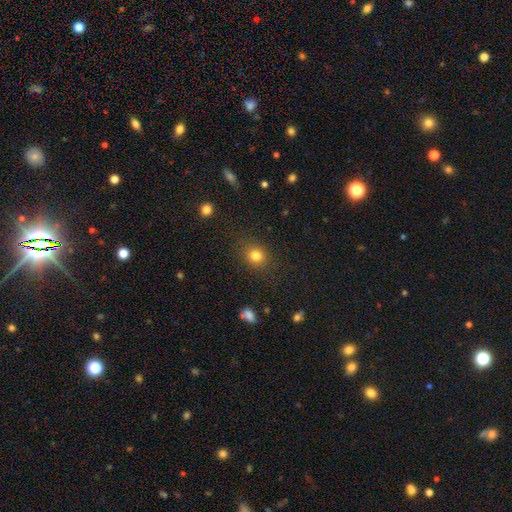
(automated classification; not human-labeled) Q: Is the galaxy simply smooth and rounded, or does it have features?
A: smooth — 81%.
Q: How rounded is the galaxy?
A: round — 74%.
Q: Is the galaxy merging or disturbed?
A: none — 84%.